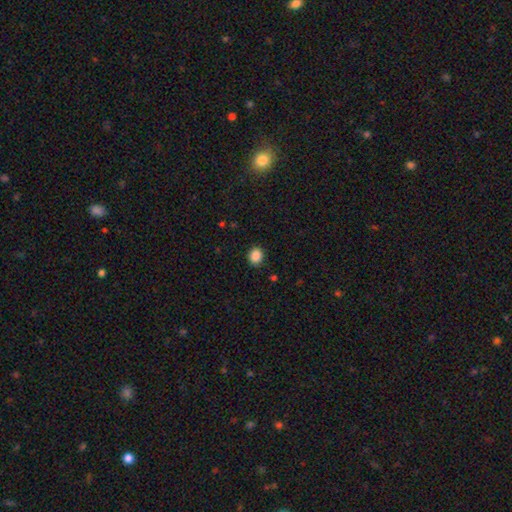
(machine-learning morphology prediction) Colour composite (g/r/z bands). It shows a smooth galaxy with no disk features (87%) that is round (68%). Merging: none (89%).